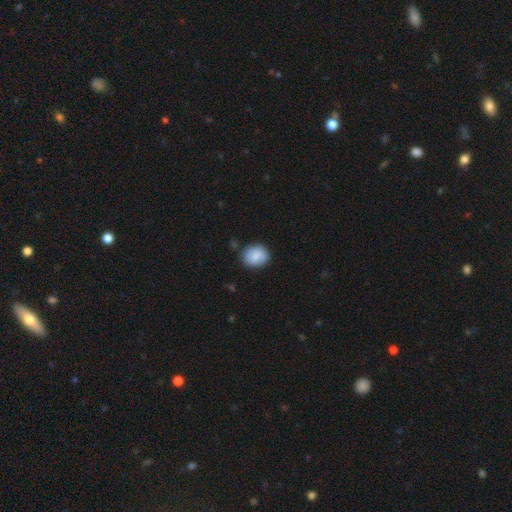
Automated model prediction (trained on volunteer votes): smooth 81%, featured or disk 12%, star or artifact 7%. Down the decision tree: how rounded — round (58%); merging — none (79%).